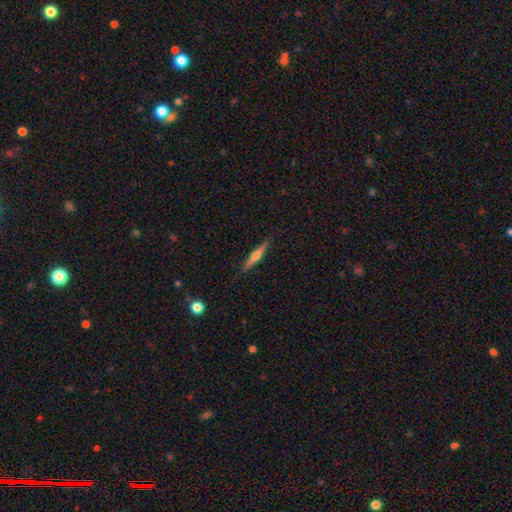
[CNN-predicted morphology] This appears to be a featured or disk galaxy (61%) viewed edge-on (97%) with a rounded central bulge (88%). Merging: none (89%).